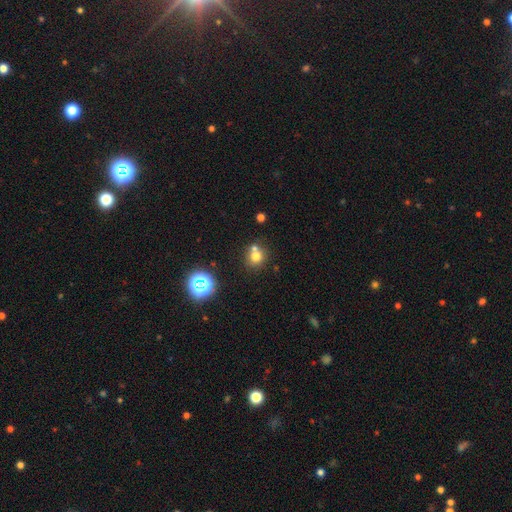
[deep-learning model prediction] This appears to be a smooth galaxy with no disk features (71%) that is round (84%). Merging: none (54%).